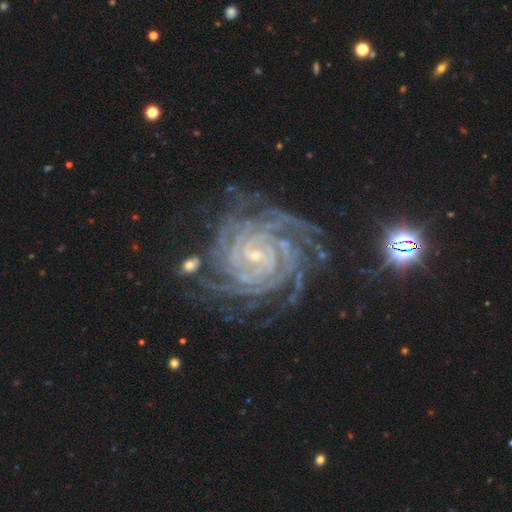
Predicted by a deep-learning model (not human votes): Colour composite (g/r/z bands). It shows a featured or disk galaxy (92%) with no bar (44%), 4 (28%) tight (86%) spiral arms (99%) and a small central bulge (82%). Merging: none (71%).